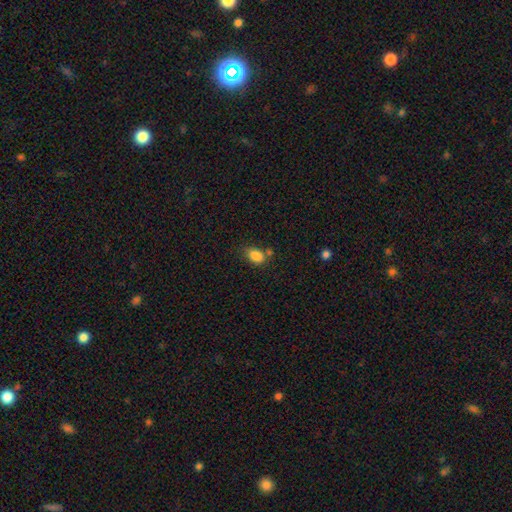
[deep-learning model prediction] A smooth galaxy with no disk features (85%) that is in between round and cigar-shaped (80%). Merging: none (59%).